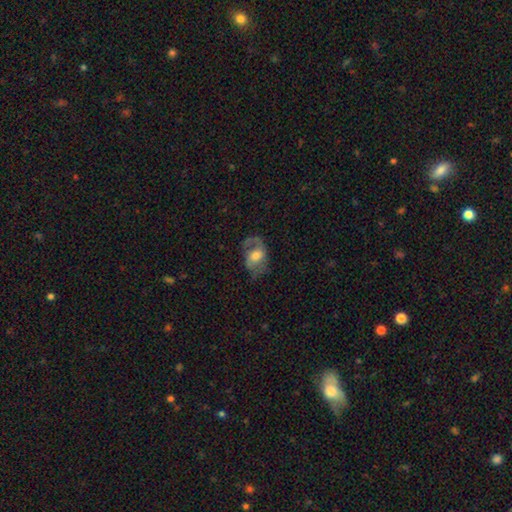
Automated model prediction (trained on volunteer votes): This appears to be a featured or disk galaxy (54%) with no bar (55%), spiral arms (69%) and a moderate central bulge (58%). Merging: none (54%).